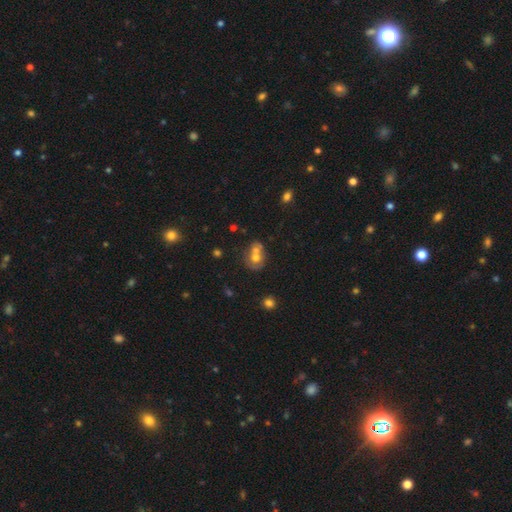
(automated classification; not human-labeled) smooth_or_featured: smooth (p=0.55) [alt: featured or disk p=0.35]
how_rounded: round (p=0.52) [alt: in between p=0.47]
merging: merger (p=0.61) [alt: none p=0.22]